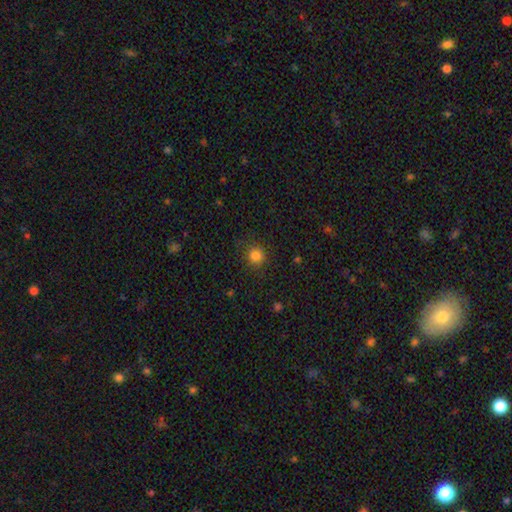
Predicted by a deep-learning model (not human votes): A smooth galaxy with no disk features (83%) that is round (93%).

Vote fractions:
- Smooth or featured? smooth: 83% / star or artifact: 12% / featured or disk: 4%
- How rounded? round: 93% / in between: 6% / cigar-shaped: 1%
- Merging? none: 88% / minor disturbance: 8% / major disturbance: 3% / merger: 1%